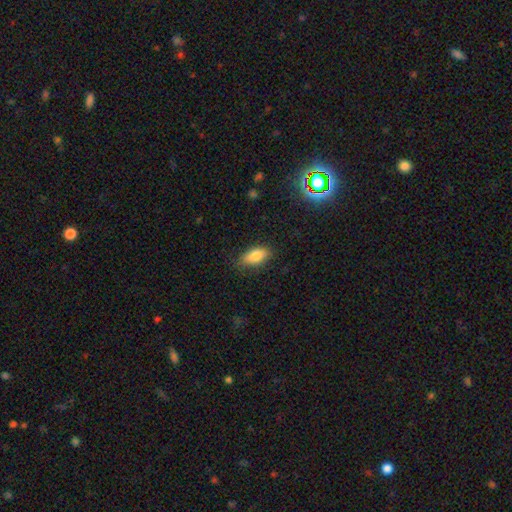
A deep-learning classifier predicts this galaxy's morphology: Smooth or featured: smooth — 81% (featured or disk — 11%)
How rounded: in between — 86% (cigar-shaped — 10%)
Merging: none — 81% (minor disturbance — 15%)